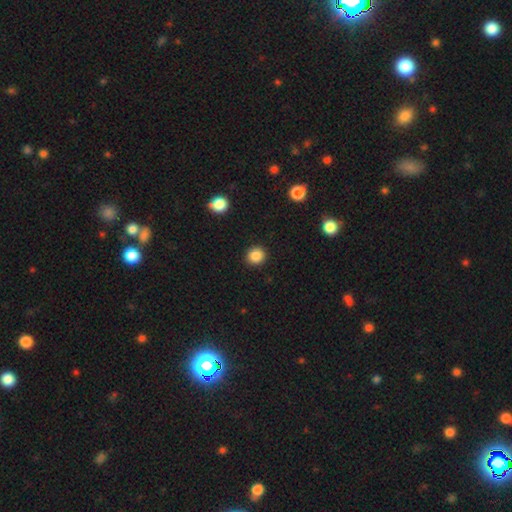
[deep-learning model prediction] The model was most divided on "smooth or featured": smooth: 87%, star or artifact: 10%, featured or disk: 3%. More confident: merging — none (91%); how rounded — round (88%).